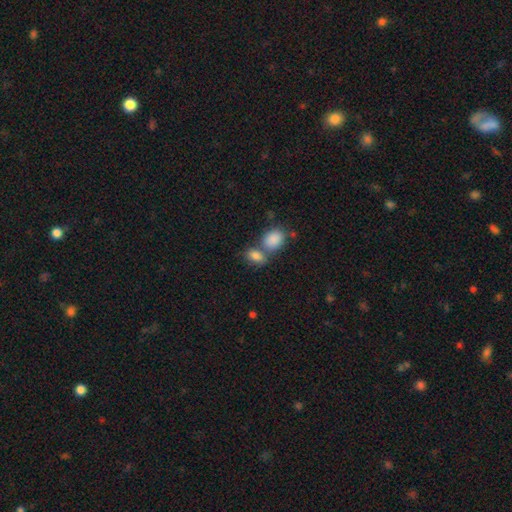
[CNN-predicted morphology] Q: Smooth or featured?
A: smooth (85%); runner-up: star or artifact (8%)
Q: How rounded?
A: in between (81%); runner-up: round (17%)
Q: Merging?
A: merger (43%); runner-up: none (42%)